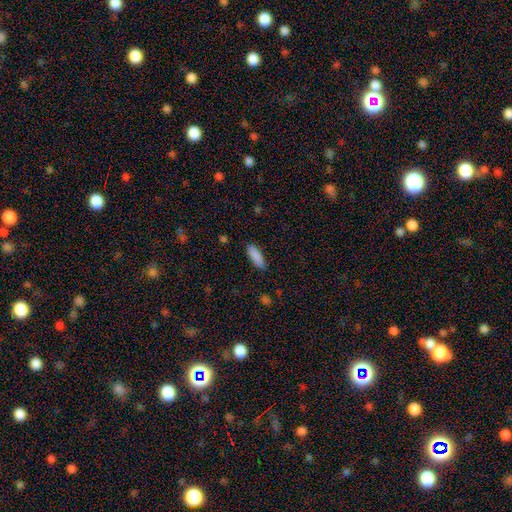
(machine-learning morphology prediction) The model was most divided on "how rounded": in between: 60%, cigar-shaped: 38%, round: 2%. More confident: smooth or featured — smooth (89%); merging — none (85%).